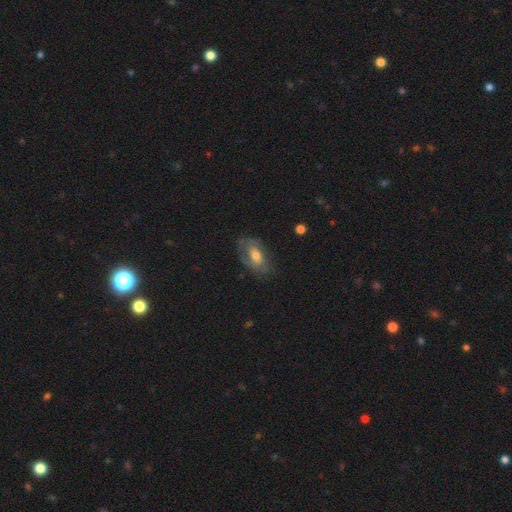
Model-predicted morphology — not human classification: The model was most divided on "smooth or featured": featured or disk: 55%, smooth: 36%, star or artifact: 8%. More confident: edge-on disk — no (91%); spiral arms — yes (64%); bulge size — moderate (63%); merging — none (62%); bar — no (61%).